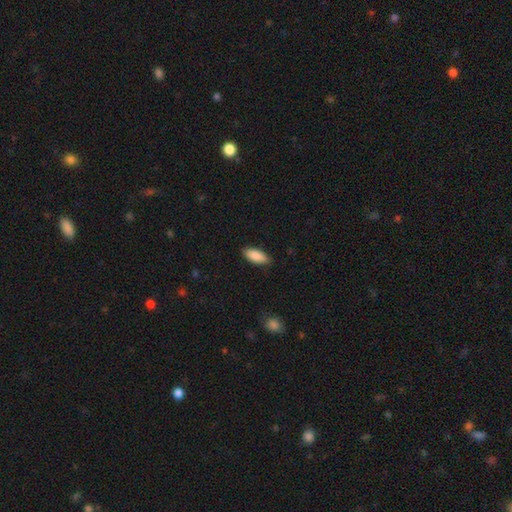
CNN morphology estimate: smooth_or_featured: smooth (p=0.89) [alt: star or artifact p=0.06]
how_rounded: in between (p=0.83) [alt: cigar-shaped p=0.15]
merging: none (p=0.86) [alt: minor disturbance p=0.11]